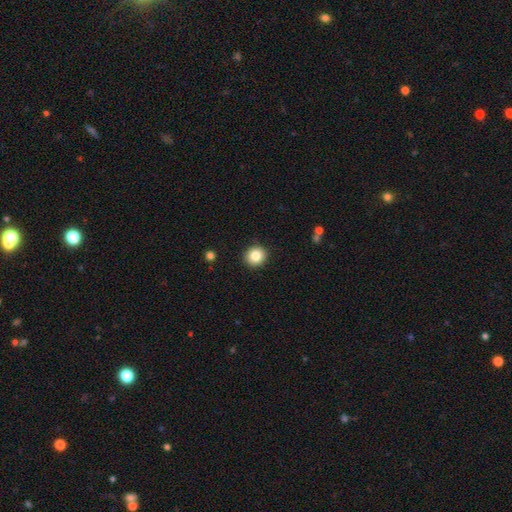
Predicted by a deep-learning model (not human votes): A smooth galaxy with no disk features (84%) that is round (88%). Merging: none (91%).